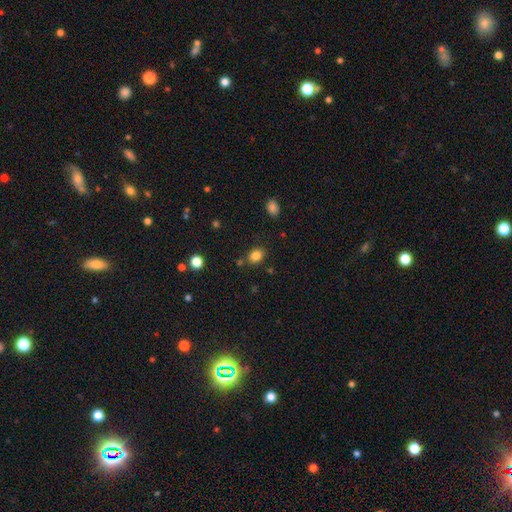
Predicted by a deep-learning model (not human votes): A smooth galaxy with no disk features (83%) that is in between round and cigar-shaped (57%). Merging: none (78%).